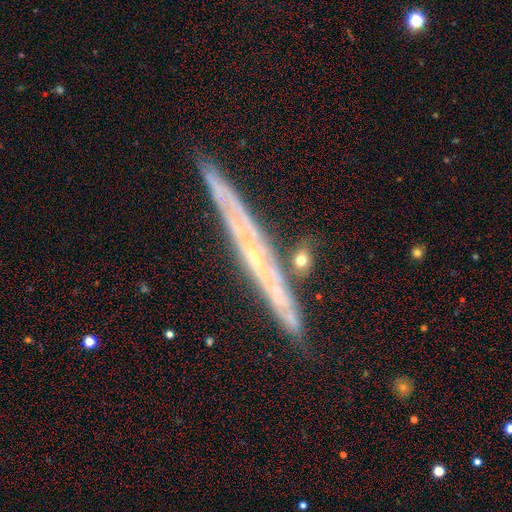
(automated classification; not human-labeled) Smooth or featured? Predicted: featured or disk (p=0.76). Edge-on disk? Predicted: yes (p=0.92). Edge-on bulge? Predicted: none (p=0.55). Merging? Predicted: none (p=0.83).